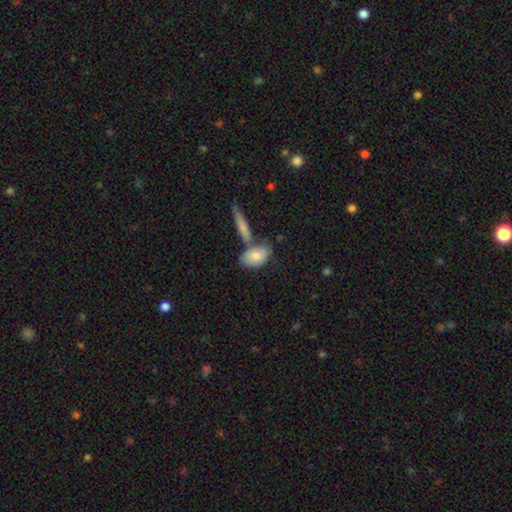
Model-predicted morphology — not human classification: smooth_or_featured: smooth (p=0.78) [alt: featured or disk p=0.16]
how_rounded: in between (p=0.87) [alt: cigar-shaped p=0.07]
merging: none (p=0.50) [alt: merger p=0.30]